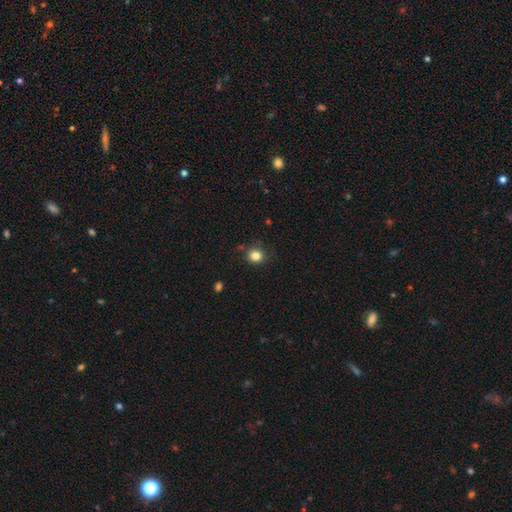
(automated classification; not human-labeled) This appears to be a smooth galaxy with no disk features (83%) that is round (86%). Merging: none (83%).